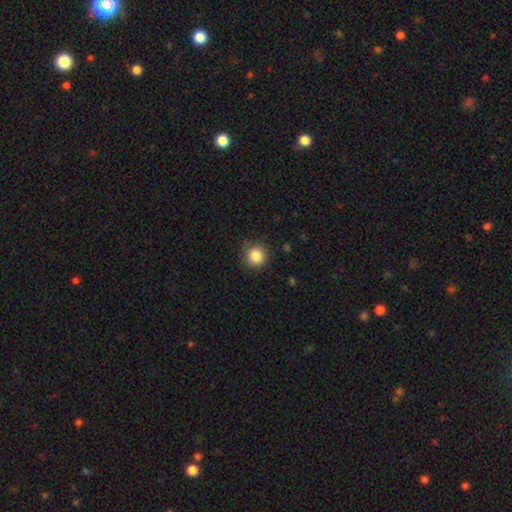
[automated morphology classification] The model was most divided on "merging": none: 82%, minor disturbance: 14%, major disturbance: 3%, merger: 1%. More confident: how rounded — round (93%); smooth or featured — smooth (84%).